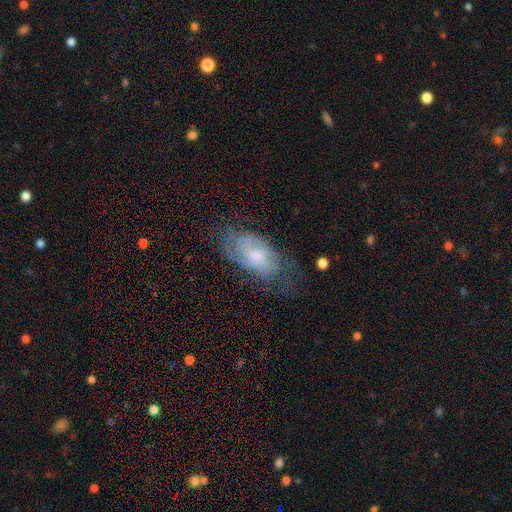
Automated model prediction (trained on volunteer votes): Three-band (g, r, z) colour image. It shows a featured or disk galaxy (57%) with no bar (61%), spiral arms (74%) and a moderate central bulge (43%, tied with small). Merging: none (52%).